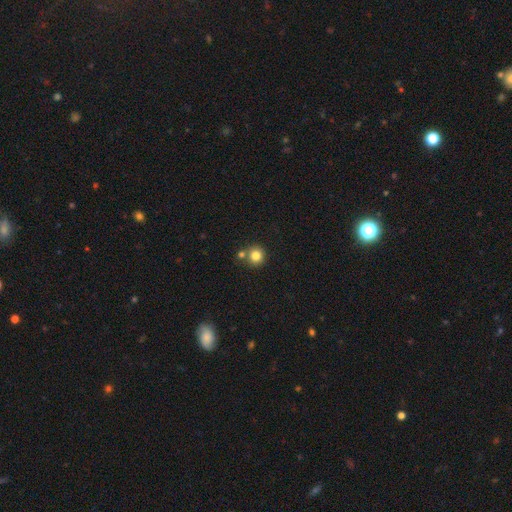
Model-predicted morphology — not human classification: Overall: smooth (82%). How rounded: round (93%). Merging: none (68%).